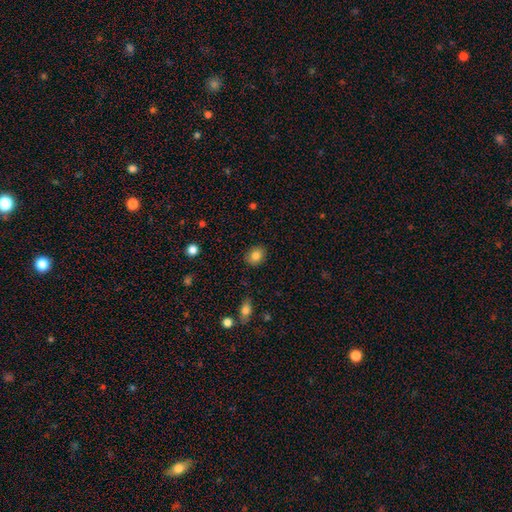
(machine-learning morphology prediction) Q: Smooth or featured?
A: smooth (84%); runner-up: star or artifact (9%)
Q: How rounded?
A: round (59%); runner-up: in between (40%)
Q: Merging?
A: none (88%); runner-up: minor disturbance (8%)